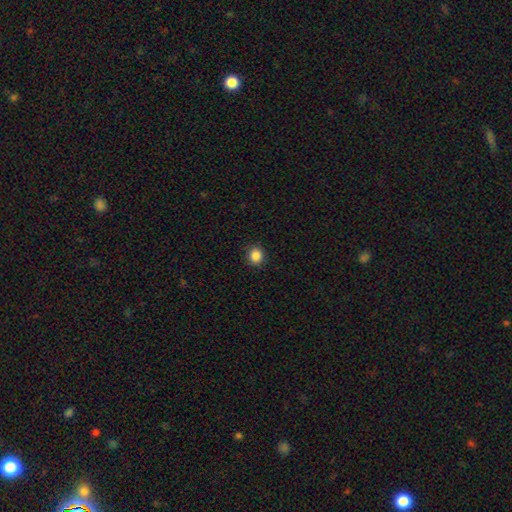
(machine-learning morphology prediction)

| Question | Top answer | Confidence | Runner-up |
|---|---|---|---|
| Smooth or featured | smooth | 87% | star or artifact (10%) |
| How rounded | round | 82% | in between (17%) |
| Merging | none | 91% | minor disturbance (6%) |